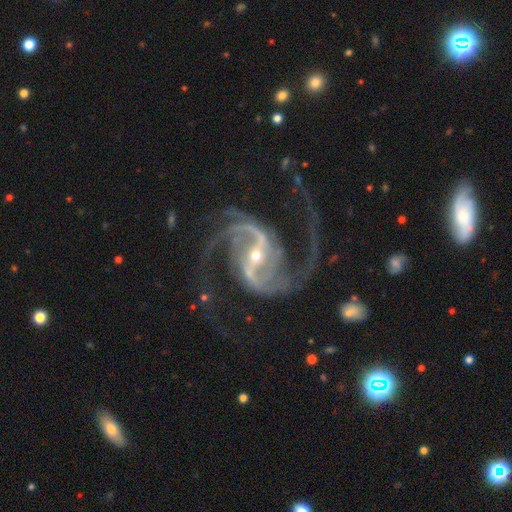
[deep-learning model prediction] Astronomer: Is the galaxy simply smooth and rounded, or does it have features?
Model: featured or disk — 93%.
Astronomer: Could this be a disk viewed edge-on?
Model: no — 98%.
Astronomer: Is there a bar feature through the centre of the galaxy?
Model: strong — 58%.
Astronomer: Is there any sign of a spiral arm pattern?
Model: yes — 99%.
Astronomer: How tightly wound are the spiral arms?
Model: medium — 54% (runner-up: loose, 35%).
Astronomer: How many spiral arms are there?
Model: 2 — 84%.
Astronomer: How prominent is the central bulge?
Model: small — 65%.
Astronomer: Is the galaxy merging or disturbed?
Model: none — 70%.